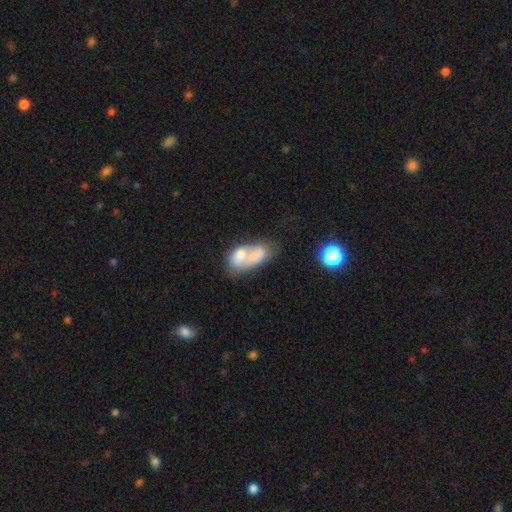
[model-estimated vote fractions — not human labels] Overall: smooth (57%; featured or disk 35%). How rounded: in between (86%). Merging: merger (63%).